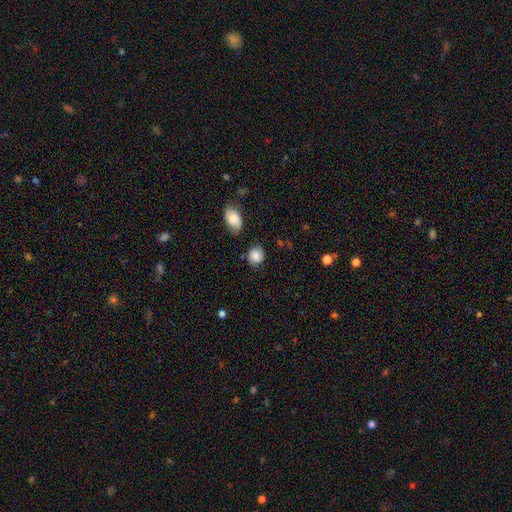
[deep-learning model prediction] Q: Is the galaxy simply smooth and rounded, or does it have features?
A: smooth — 77%.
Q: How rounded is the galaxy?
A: round — 68%.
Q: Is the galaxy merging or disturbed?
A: none — 69%.